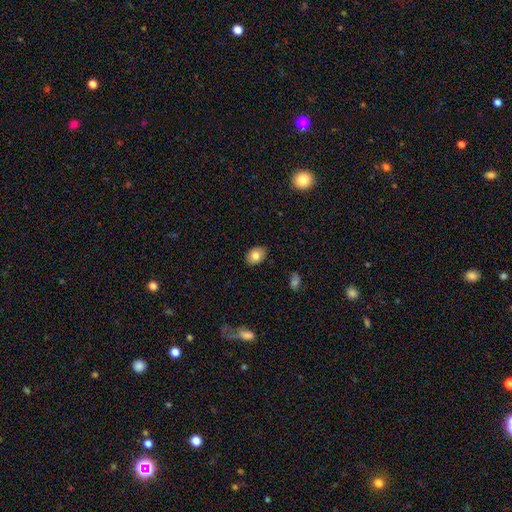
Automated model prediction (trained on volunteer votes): Smooth or featured? smooth (81%)
How rounded? in between (72%)
Merging? none (86%)